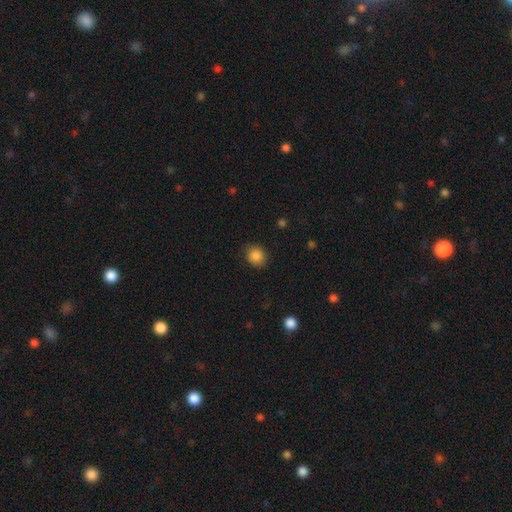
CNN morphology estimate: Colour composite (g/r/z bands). It shows a smooth galaxy with no disk features (86%) that is round (78%). Merging: none (87%).